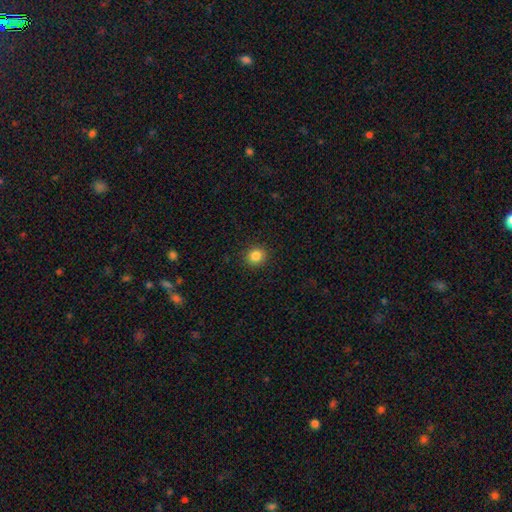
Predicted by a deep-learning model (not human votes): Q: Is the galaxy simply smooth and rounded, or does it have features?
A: smooth — 85%.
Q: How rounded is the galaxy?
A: round — 87%.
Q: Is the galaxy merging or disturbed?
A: none — 91%.